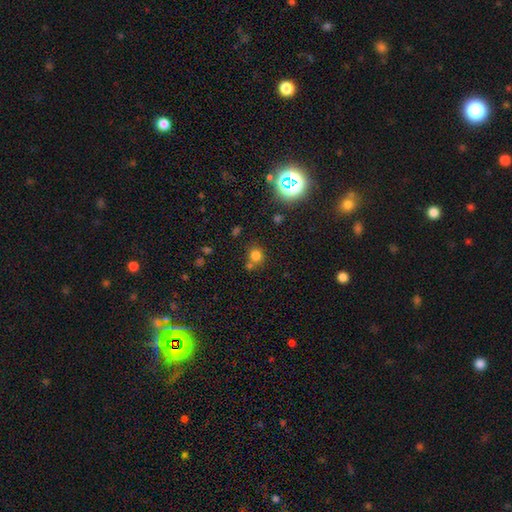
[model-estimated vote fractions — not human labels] A smooth galaxy with no disk features (75%) that is round (87%).

Vote fractions:
- Smooth or featured? smooth: 75% / star or artifact: 18% / featured or disk: 8%
- How rounded? round: 87% / in between: 12% / cigar-shaped: 1%
- Merging? none: 61% / merger: 25% / minor disturbance: 9% / major disturbance: 4%